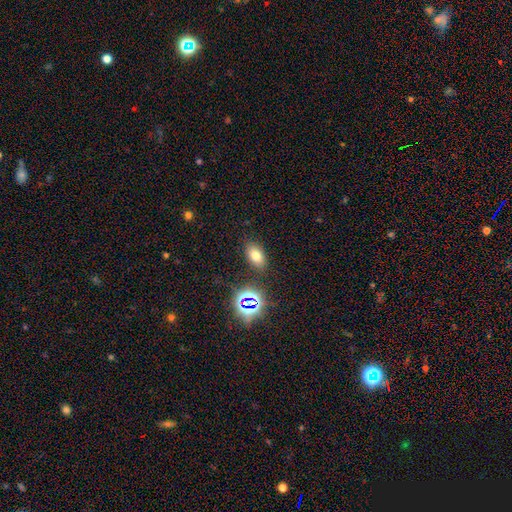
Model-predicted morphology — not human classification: Smooth or featured? Predicted: smooth (p=0.69). How rounded? Predicted: in between (p=0.88). Merging? Predicted: none (p=0.84).